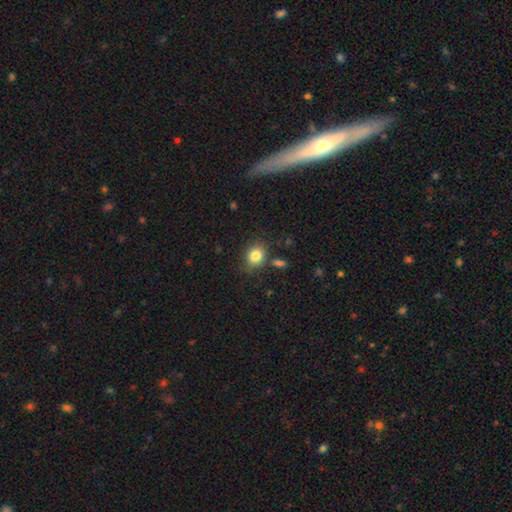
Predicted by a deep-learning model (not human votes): The model was most divided on "how rounded": in between: 50%, round: 48%, cigar-shaped: 1%. More confident: smooth or featured — smooth (83%); merging — none (75%).